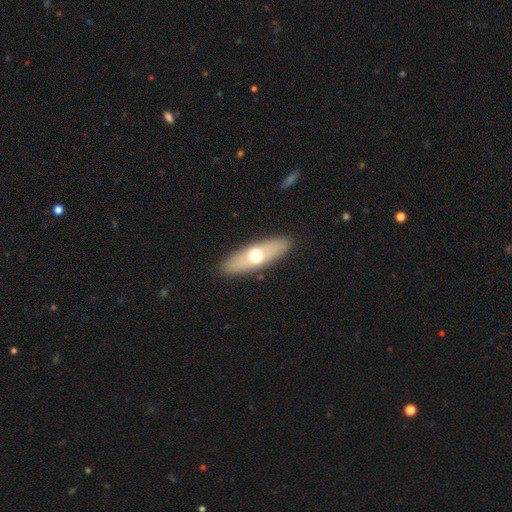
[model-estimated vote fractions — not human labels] Smooth or featured? Predicted: smooth (p=0.56). How rounded? Predicted: in between (p=0.52). Merging? Predicted: none (p=0.89).